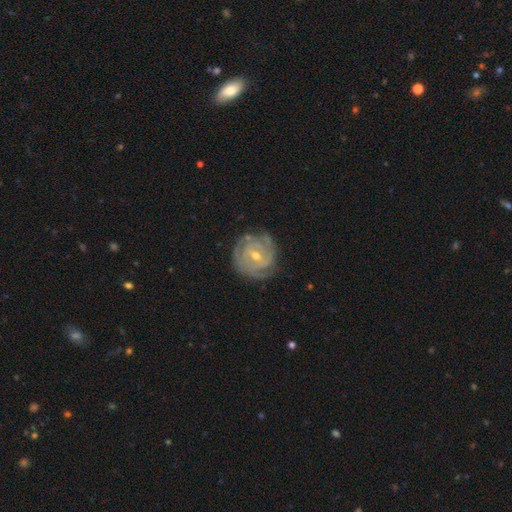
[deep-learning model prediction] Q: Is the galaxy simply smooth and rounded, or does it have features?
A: featured or disk — 87%.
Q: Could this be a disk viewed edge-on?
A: no — 97%.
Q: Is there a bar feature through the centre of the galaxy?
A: weak — 48%.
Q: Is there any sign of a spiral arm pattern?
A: yes — 95%.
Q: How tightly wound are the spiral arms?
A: tight — 82%.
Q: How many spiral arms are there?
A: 2 — 32%.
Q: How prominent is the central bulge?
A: moderate — 56%.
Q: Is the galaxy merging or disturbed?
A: none — 75%.